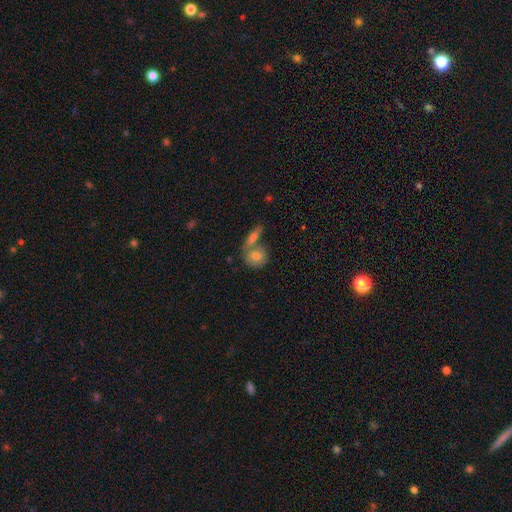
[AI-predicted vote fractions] Smooth or featured: smooth — 74% (featured or disk — 19%)
How rounded: round — 62% (in between — 34%)
Merging: none — 44% (merger — 43%)